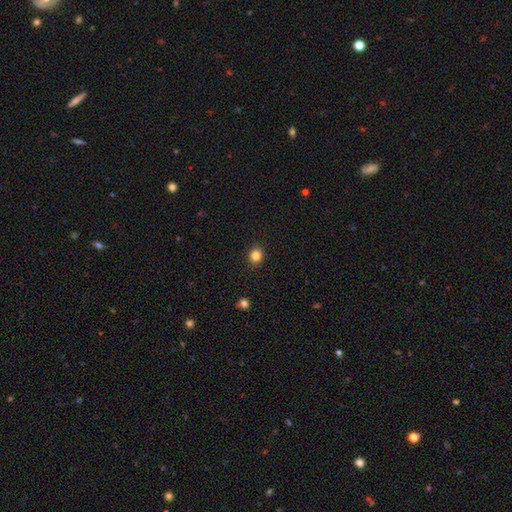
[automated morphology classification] This appears to be a smooth galaxy with no disk features (84%) that is round (67%). Merging: none (91%).